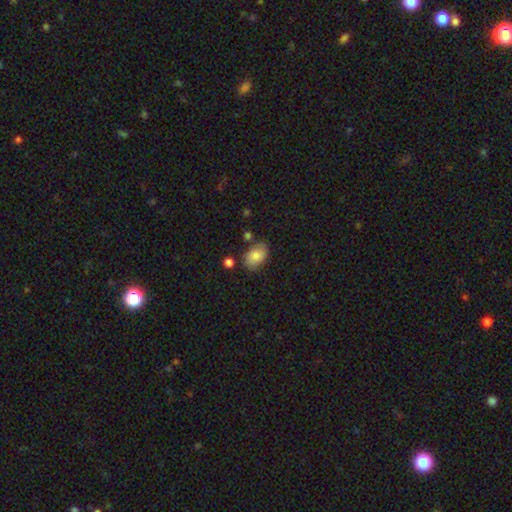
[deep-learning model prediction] smooth-or-featured: smooth: 80% | featured or disk: 13% | star or artifact: 8%
  how-rounded: in between: 84% | round: 15% | cigar-shaped: 1%
  merging: none: 73% | minor disturbance: 18% | merger: 5% | major disturbance: 4%